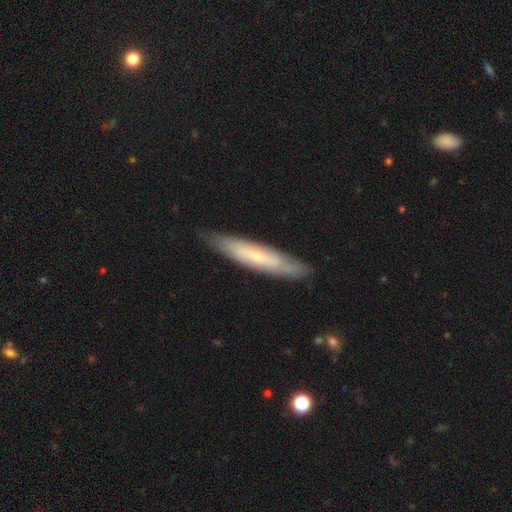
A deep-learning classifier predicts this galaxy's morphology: Smooth or featured? smooth (48%)
Merging? none (82%)